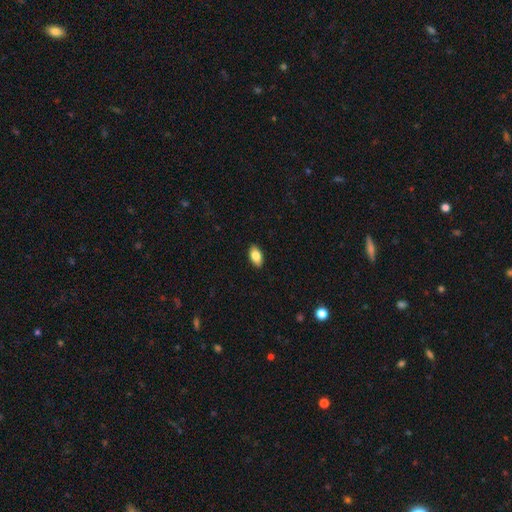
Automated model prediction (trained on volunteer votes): The model was most divided on "smooth or featured": smooth: 83%, featured or disk: 10%, star or artifact: 7%. More confident: how rounded — in between (92%); merging — none (90%).